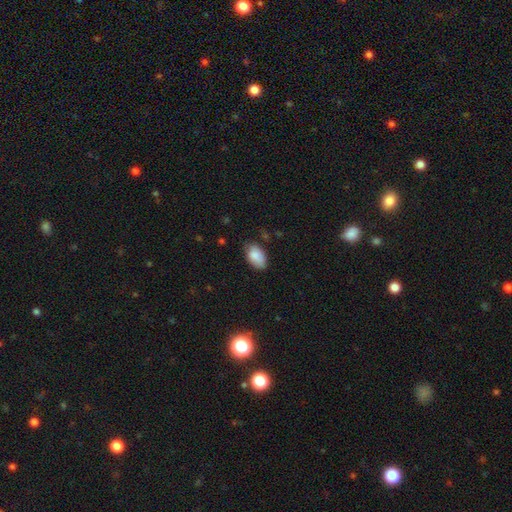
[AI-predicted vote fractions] smooth 86%, star or artifact 7%, featured or disk 7%. Down the decision tree: how rounded — in between (92%); merging — none (66%).